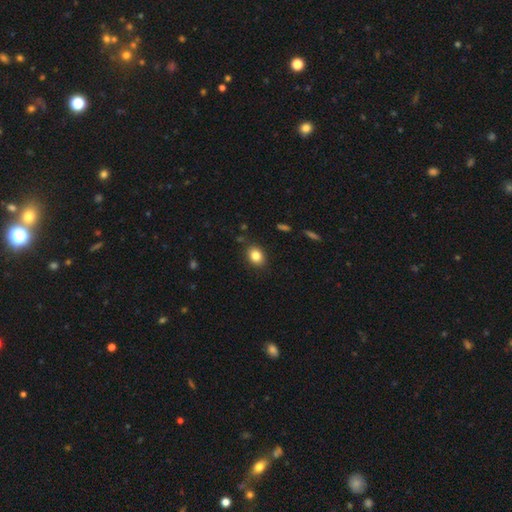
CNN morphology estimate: Smooth or featured? smooth (83%)
How rounded? in between (59%)
Merging? none (87%)